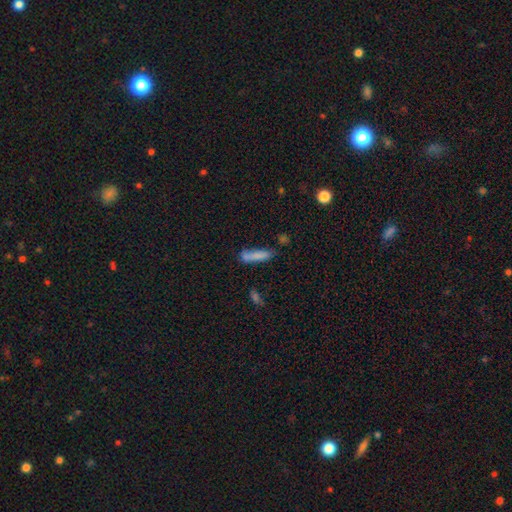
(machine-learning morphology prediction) Overall: smooth (77%). How rounded: cigar-shaped (75%). Merging: none (56%; minor disturbance 21%).